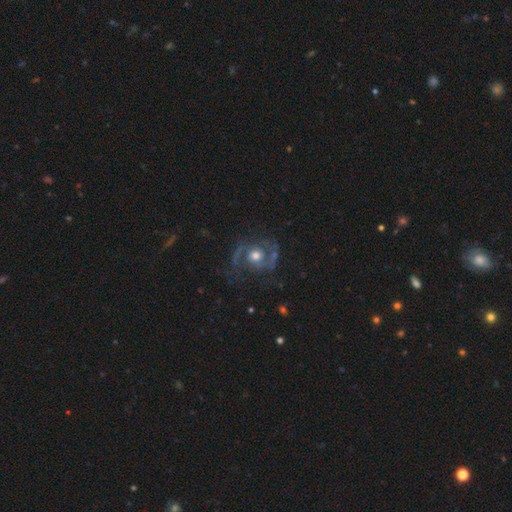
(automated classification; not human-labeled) Q: Smooth or featured?
A: featured or disk (77%); runner-up: smooth (15%)
Q: Edge-on disk?
A: no (97%); runner-up: yes (3%)
Q: Bar?
A: no (74%); runner-up: weak (21%)
Q: Spiral arms?
A: yes (86%); runner-up: no (14%)
Q: Spiral winding?
A: medium (50%); runner-up: loose (28%)
Q: Spiral arm count?
A: 2 (81%); runner-up: can't tell (7%)
Q: Bulge size?
A: moderate (67%); runner-up: large (19%)
Q: Merging?
A: none (61%); runner-up: minor disturbance (19%)